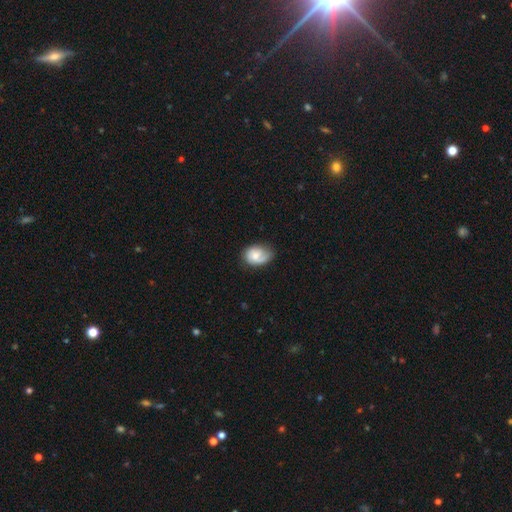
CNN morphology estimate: Smooth or featured? Predicted: smooth (p=0.51). How rounded? Predicted: in between (p=0.71). Merging? Predicted: none (p=0.57).